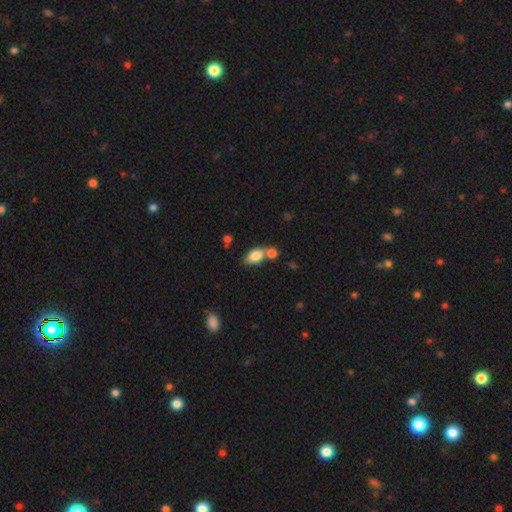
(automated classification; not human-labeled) Overall: smooth (82%). How rounded: in between (86%). Merging: none (49%; merger 35%).